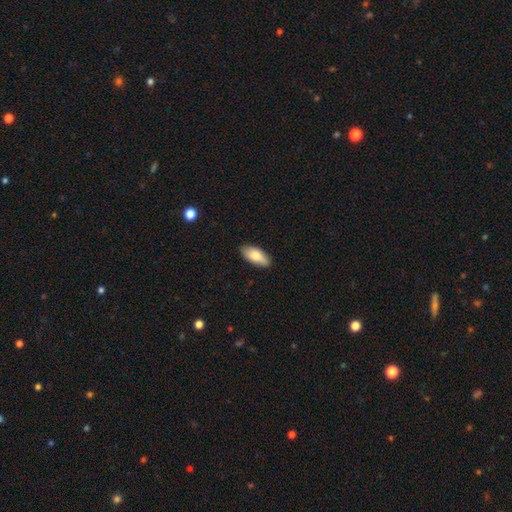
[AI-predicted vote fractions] Smooth or featured? smooth (80%)
How rounded? in between (89%)
Merging? none (84%)